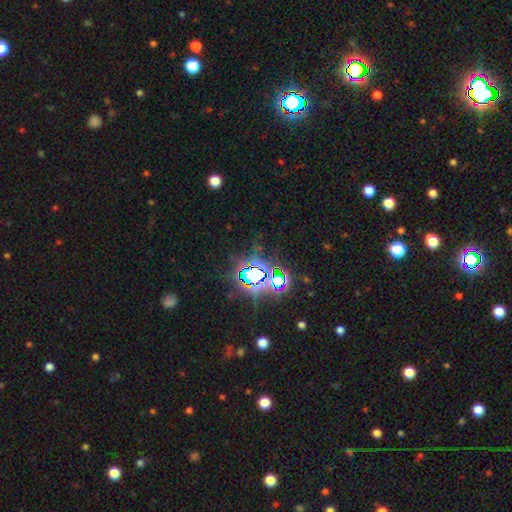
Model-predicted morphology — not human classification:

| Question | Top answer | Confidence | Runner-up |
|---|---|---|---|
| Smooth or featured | star or artifact | 81% | smooth (11%) |